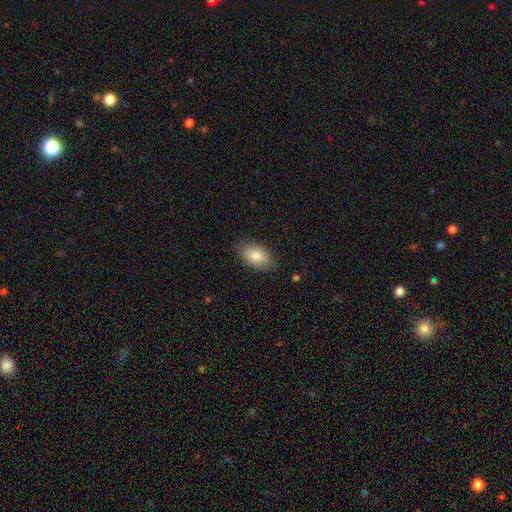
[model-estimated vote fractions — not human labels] This appears to be a smooth galaxy with no disk features (85%) that is in between round and cigar-shaped (92%). Merging: none (85%).